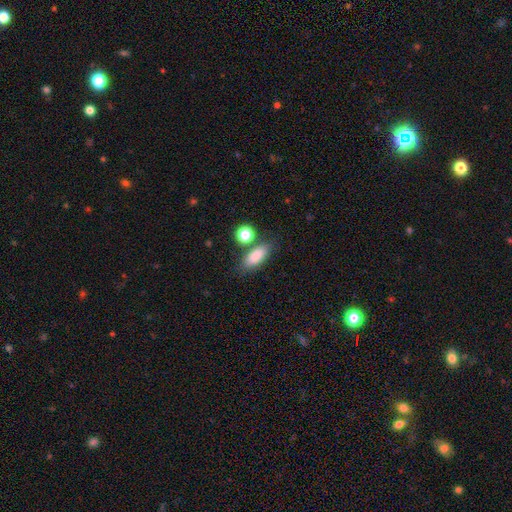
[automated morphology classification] smooth_or_featured: smooth (p=0.83) [alt: star or artifact p=0.08]
how_rounded: in between (p=0.76) [alt: cigar-shaped p=0.18]
merging: none (p=0.71) [alt: minor disturbance p=0.13]